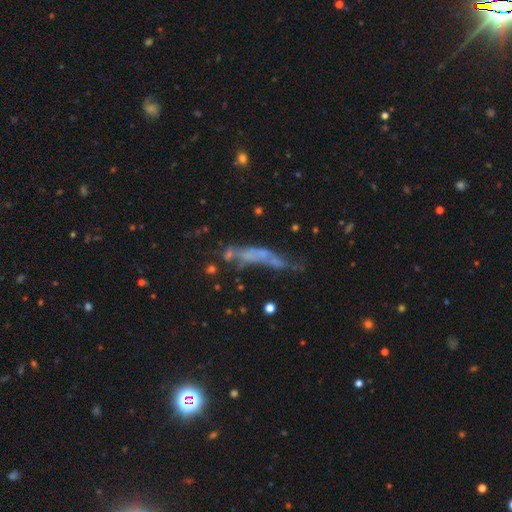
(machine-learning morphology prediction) This appears to be a featured or disk galaxy (46%). Merging: none (36%).